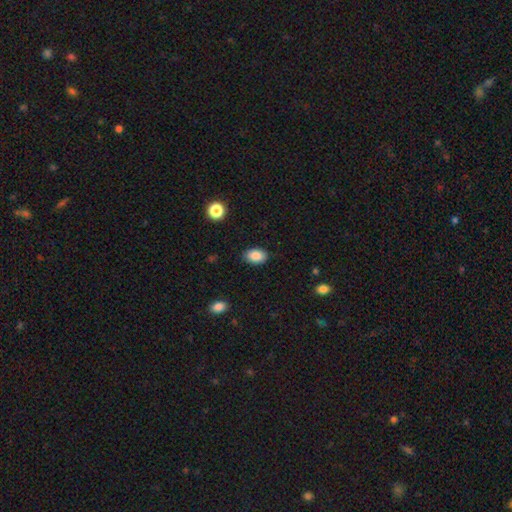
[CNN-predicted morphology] The model was most divided on "merging": none: 86%, minor disturbance: 10%, major disturbance: 3%, merger: 1%. More confident: smooth or featured — smooth (88%); how rounded — in between (88%).